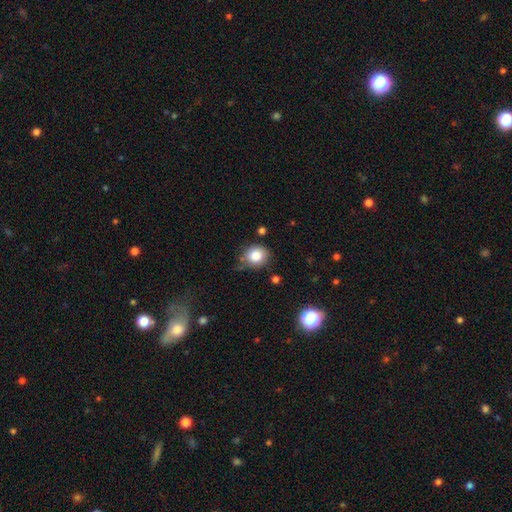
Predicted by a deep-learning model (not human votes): Smooth or featured: smooth — 83% (star or artifact — 10%)
How rounded: round — 81% (in between — 18%)
Merging: none — 72% (minor disturbance — 18%)